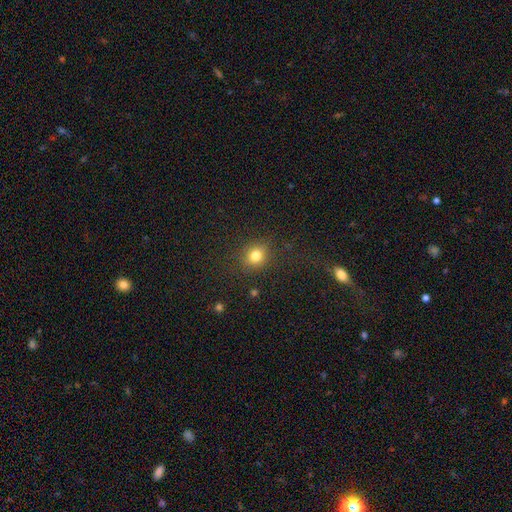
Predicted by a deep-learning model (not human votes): smooth 79%, star or artifact 14%, featured or disk 6%. Down the decision tree: how rounded — round (74%); merging — none (85%).